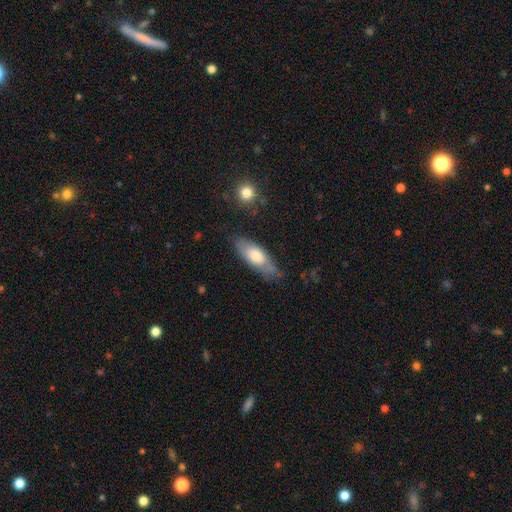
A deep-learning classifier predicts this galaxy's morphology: Overall: smooth (64%; featured or disk 30%). How rounded: in between (70%). Merging: none (63%; minor disturbance 27%).